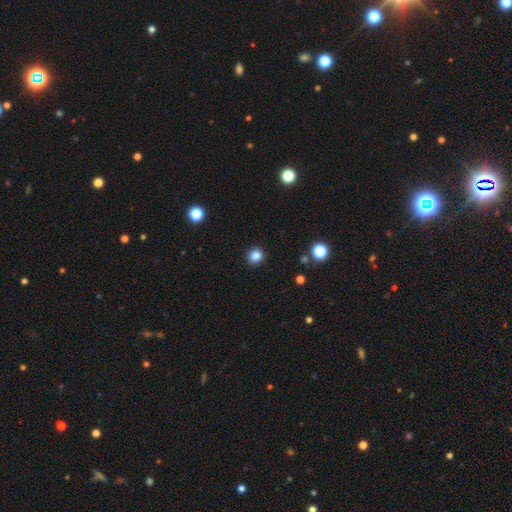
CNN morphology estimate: Q: Smooth or featured?
A: smooth (84%); runner-up: star or artifact (12%)
Q: How rounded?
A: round (84%); runner-up: in between (15%)
Q: Merging?
A: none (91%); runner-up: minor disturbance (6%)